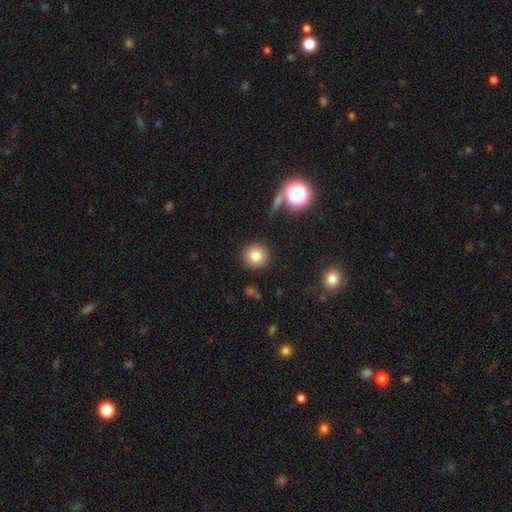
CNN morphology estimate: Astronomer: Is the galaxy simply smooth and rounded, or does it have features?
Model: smooth — 82%.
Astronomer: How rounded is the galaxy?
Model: round — 92%.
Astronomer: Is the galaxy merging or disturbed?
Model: none — 89%.